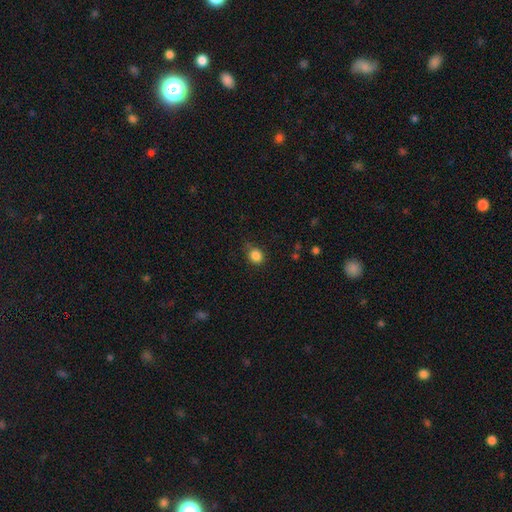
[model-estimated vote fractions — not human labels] This is clearly a smooth galaxy (85%). How rounded: likely round (74%). Merging: likely none (75%).